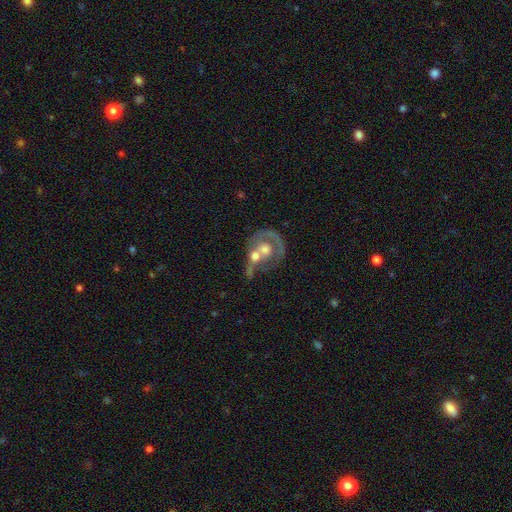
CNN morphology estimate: Overall: featured or disk (60%; smooth 33%). Edge-on disk: no (96%). Bar: no (87%). Spiral arms: no (70%; yes 30%). Bulge size: moderate (59%; large 22%). Merging: merger (51%; none 25%).